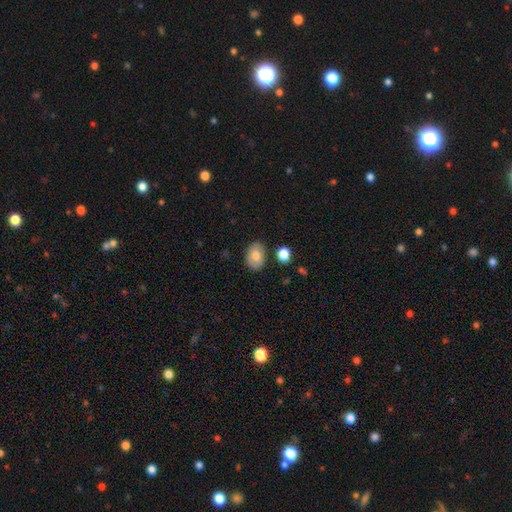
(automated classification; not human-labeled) Morphology: type=smooth (72%); roundness=in between (84%); merging=none (78%).